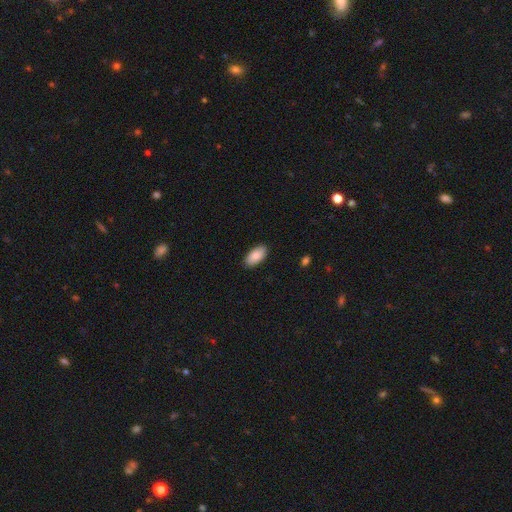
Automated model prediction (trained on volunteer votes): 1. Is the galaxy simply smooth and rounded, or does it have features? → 86% smooth, 8% featured or disk, 6% star or artifact.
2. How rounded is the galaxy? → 94% in between, 4% cigar-shaped, 2% round.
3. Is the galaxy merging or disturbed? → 89% none, 8% minor disturbance, 2% major disturbance, 1% merger.